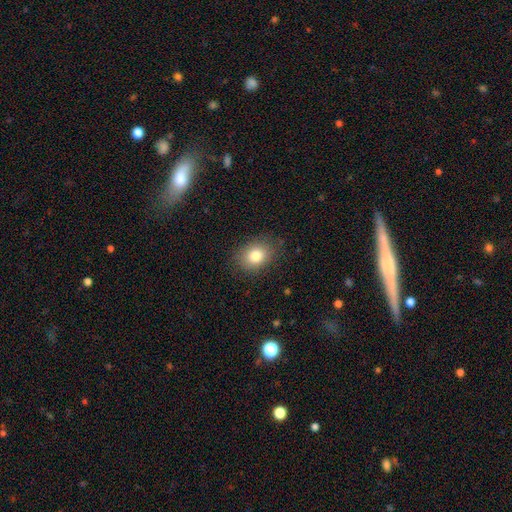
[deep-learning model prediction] A smooth galaxy with no disk features (82%) that is in between round and cigar-shaped (62%). Merging: none (84%).